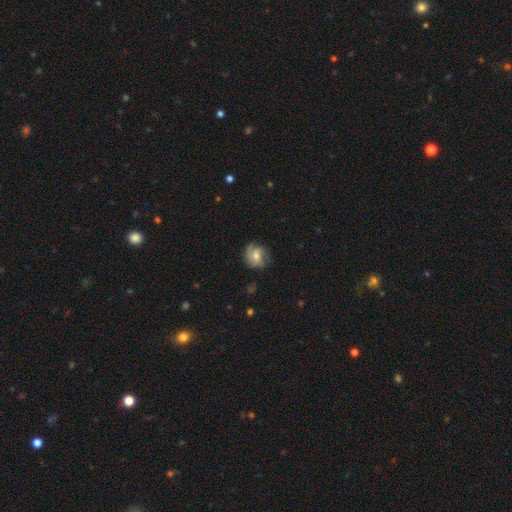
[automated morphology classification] The model was most divided on "smooth or featured": featured or disk: 47%, smooth: 45%, star or artifact: 8%. More confident: merging — none (63%).